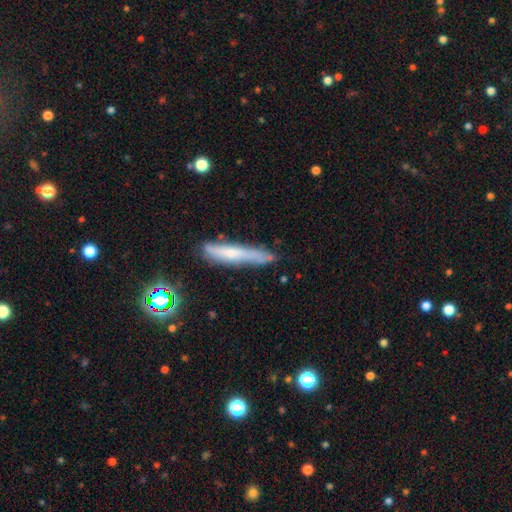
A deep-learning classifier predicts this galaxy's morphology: smooth 56%, featured or disk 37%, star or artifact 7%. Down the decision tree: how rounded — cigar-shaped (90%); merging — none (61%).